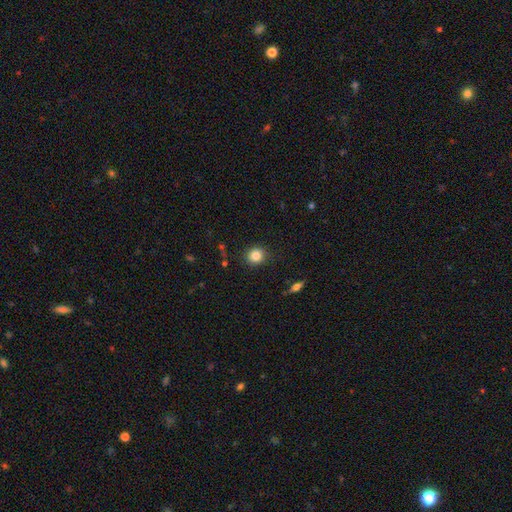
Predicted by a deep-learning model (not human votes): Smooth or featured? smooth (83%)
How rounded? round (86%)
Merging? none (88%)